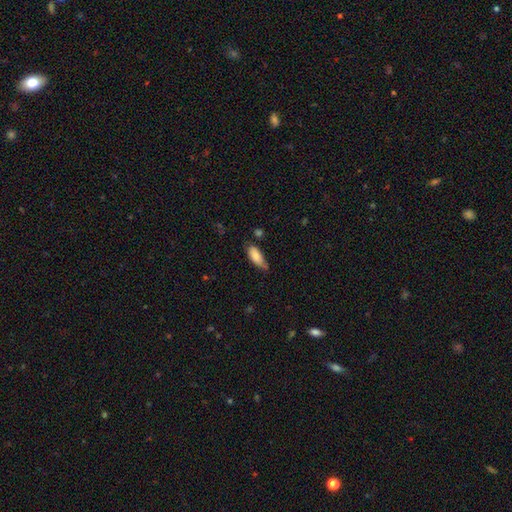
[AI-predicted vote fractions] This appears to be a smooth galaxy with no disk features (82%) that is in between round and cigar-shaped (78%). Merging: none (53%).